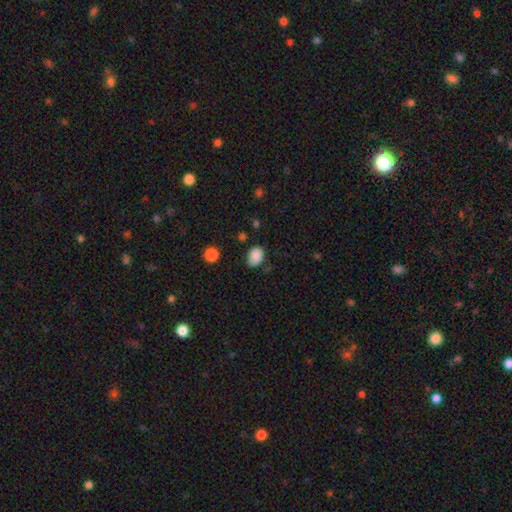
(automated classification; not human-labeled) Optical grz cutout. It shows a smooth galaxy with no disk features (87%) that is in between round and cigar-shaped (74%). Merging: none (67%).